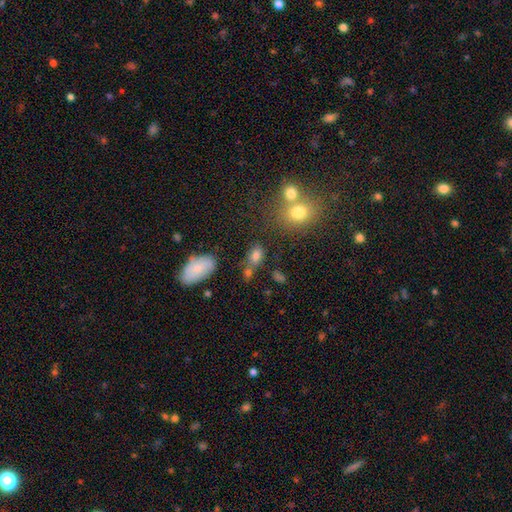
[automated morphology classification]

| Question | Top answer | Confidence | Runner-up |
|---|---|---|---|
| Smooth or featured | smooth | 77% | star or artifact (13%) |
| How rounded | in between | 79% | round (18%) |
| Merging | none | 52% | merger (21%) |